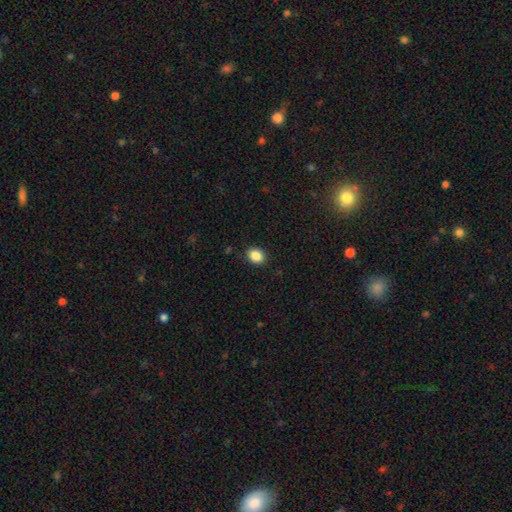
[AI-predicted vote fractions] smooth-or-featured: smooth: 87% | star or artifact: 9% | featured or disk: 4%
  how-rounded: in between: 50% | round: 49% | cigar-shaped: 1%
  merging: none: 89% | minor disturbance: 7% | major disturbance: 2% | merger: 1%